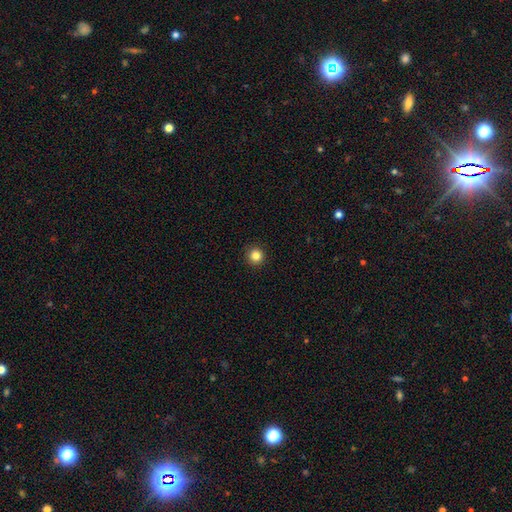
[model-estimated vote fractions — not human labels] Morphology: type=smooth (84%); roundness=round (95%); merging=none (93%).